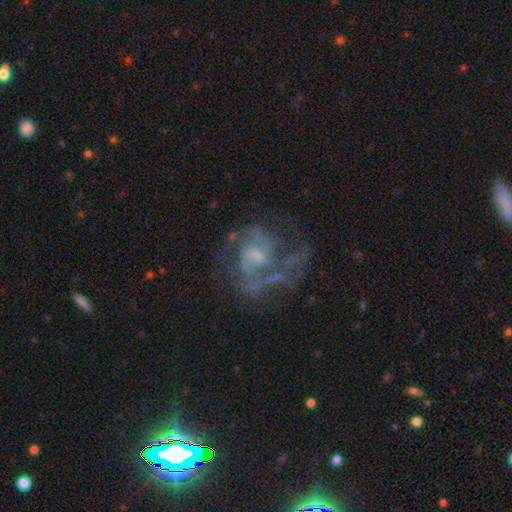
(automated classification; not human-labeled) Smooth or featured: featured or disk — 82% (smooth — 9%)
Edge-on disk: no — 98% (yes — 2%)
Bar: weak — 55% (no — 33%)
Spiral arms: yes — 86% (no — 14%)
Spiral winding: medium — 49% (tight — 26%)
Spiral arm count: 2 — 47% (can't tell — 24%)
Bulge size: small — 46% (moderate — 32%)
Merging: none — 47% (major disturbance — 30%)